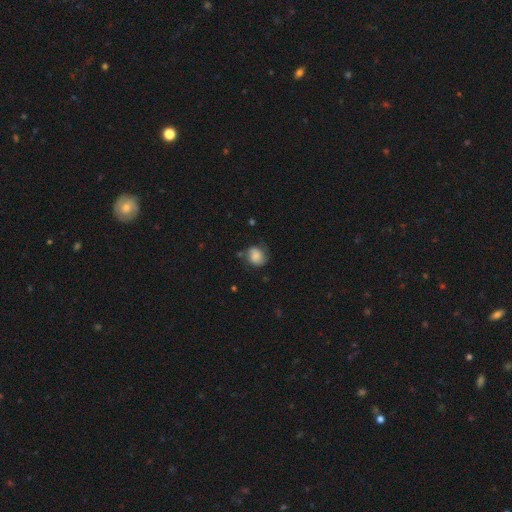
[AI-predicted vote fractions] A smooth galaxy with no disk features (68%) that is round (65%).

Vote fractions:
- Smooth or featured? smooth: 68% / featured or disk: 23% / star or artifact: 10%
- How rounded? round: 65% / in between: 34% / cigar-shaped: 1%
- Merging? none: 61% / minor disturbance: 26% / major disturbance: 9% / merger: 4%